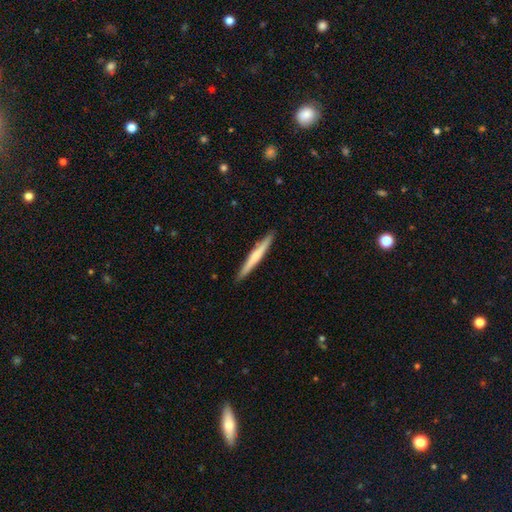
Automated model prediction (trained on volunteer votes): A smooth galaxy with no disk features (51%) that is cigar-shaped (96%). Merging: none (91%).